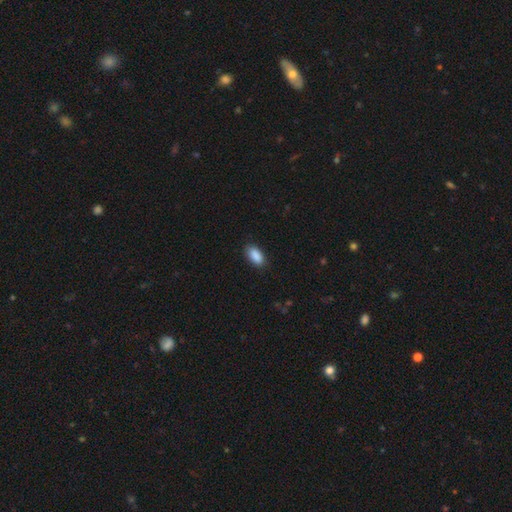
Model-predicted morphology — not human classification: This appears to be a smooth galaxy with no disk features (90%) that is in between round and cigar-shaped (92%). Merging: none (86%).